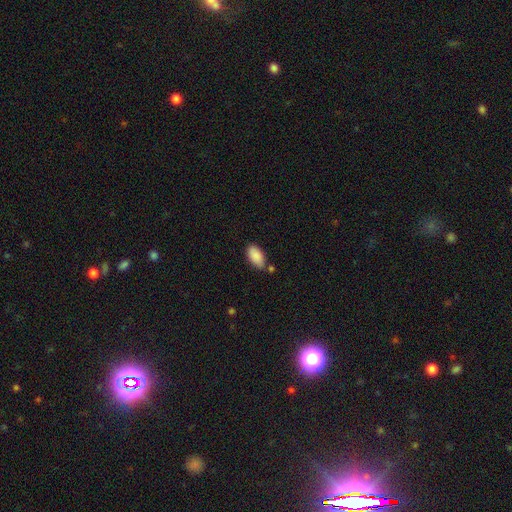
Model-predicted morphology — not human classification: The model was most divided on "merging": none: 69%, minor disturbance: 18%, merger: 9%, major disturbance: 4%. More confident: how rounded — in between (94%); smooth or featured — smooth (89%).